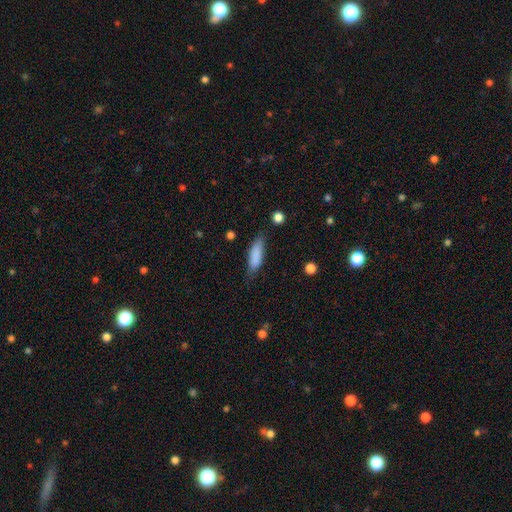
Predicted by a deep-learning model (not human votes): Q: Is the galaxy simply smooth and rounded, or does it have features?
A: smooth — 85%.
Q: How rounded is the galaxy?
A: in between — 52%.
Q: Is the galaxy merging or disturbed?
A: none — 72%.